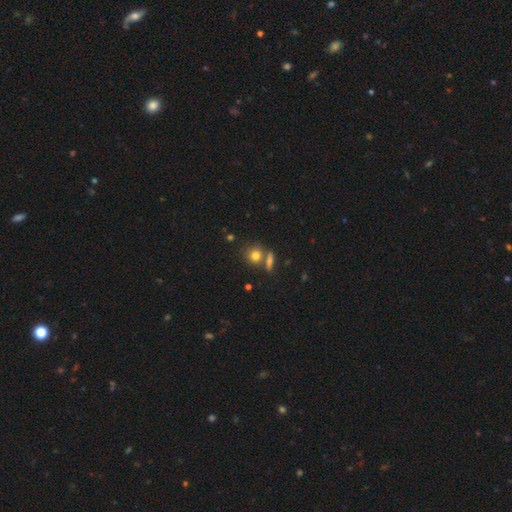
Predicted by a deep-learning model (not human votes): smooth-or-featured: smooth: 78% | star or artifact: 12% | featured or disk: 11%
  how-rounded: round: 78% | in between: 17% | cigar-shaped: 4%
  merging: none: 64% | merger: 23% | minor disturbance: 10% | major disturbance: 4%